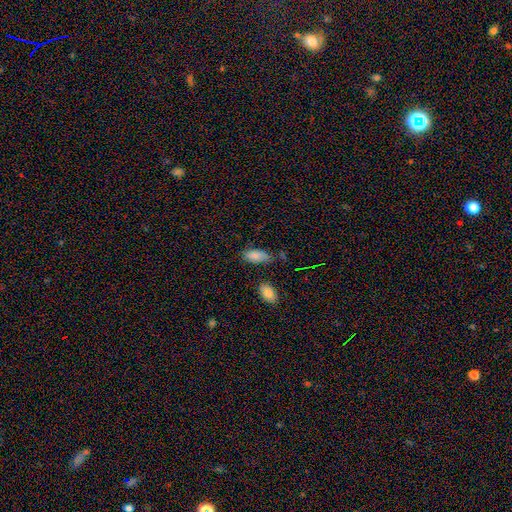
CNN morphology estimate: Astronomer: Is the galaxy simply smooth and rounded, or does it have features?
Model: smooth — 84%.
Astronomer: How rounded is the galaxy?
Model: in between — 91%.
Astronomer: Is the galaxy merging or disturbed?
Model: none — 70%.